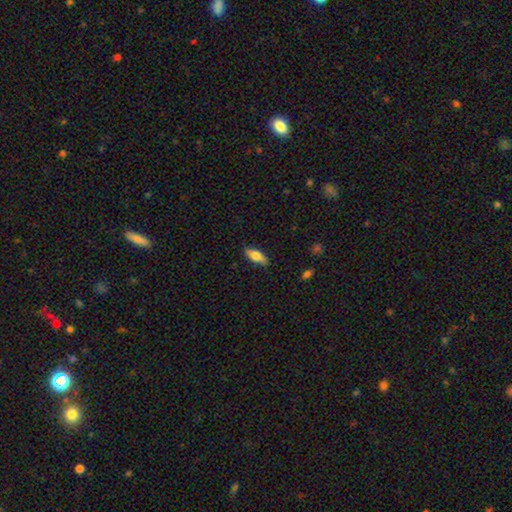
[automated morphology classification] Smooth or featured?
  - smooth: 68% *
  - featured or disk: 26%
  - star or artifact: 6%
How rounded?
  - in between: 64% *
  - cigar-shaped: 34%
  - round: 3%
Merging?
  - none: 85% *
  - minor disturbance: 11%
  - major disturbance: 2%
  - merger: 1%